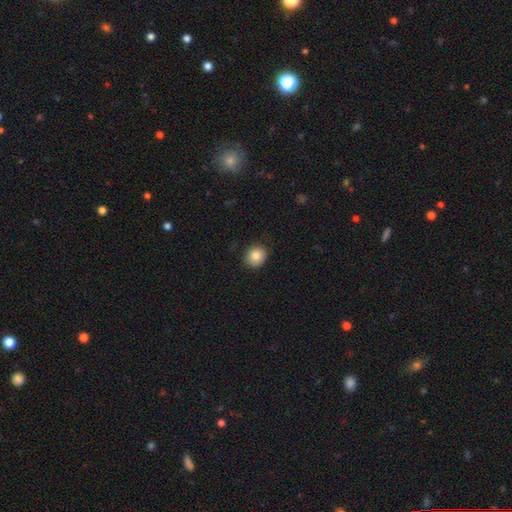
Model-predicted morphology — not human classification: Smooth or featured: smooth — 85% (star or artifact — 9%)
How rounded: round — 81% (in between — 18%)
Merging: none — 86% (minor disturbance — 11%)